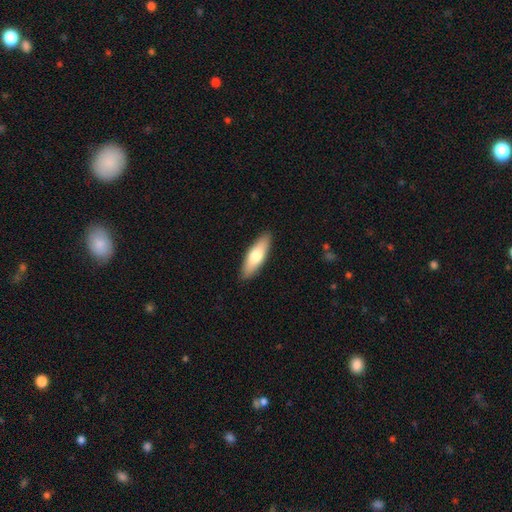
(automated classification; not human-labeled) smooth 68%, featured or disk 26%, star or artifact 5%. Down the decision tree: how rounded — in between (51%); merging — none (90%).